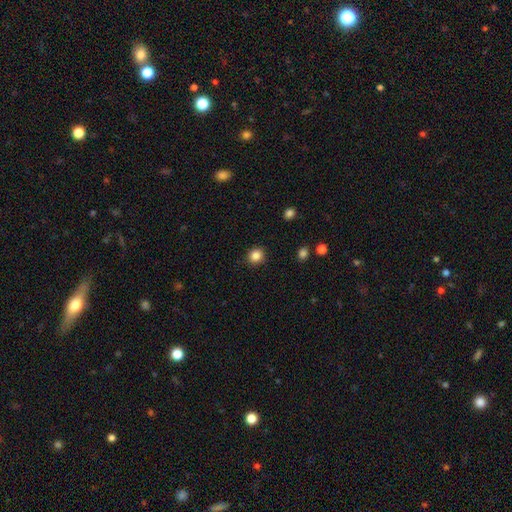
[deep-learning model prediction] Overall: smooth (85%). How rounded: round (83%). Merging: none (90%).